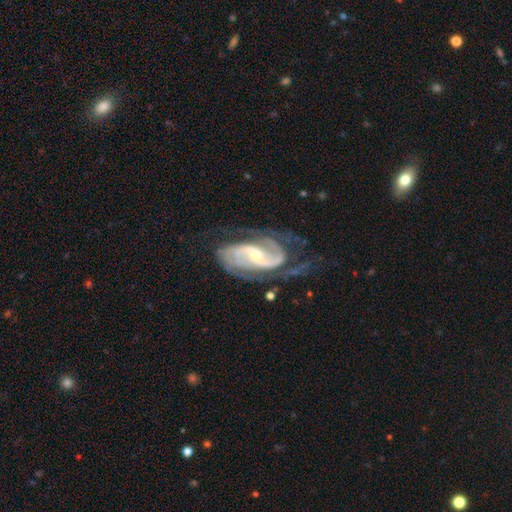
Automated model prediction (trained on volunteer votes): A featured or disk galaxy (91%) with a weak bar (47%), 2 (71%) medium (50%) spiral arms (98%) and a small central bulge (56%). Merging: none (57%).